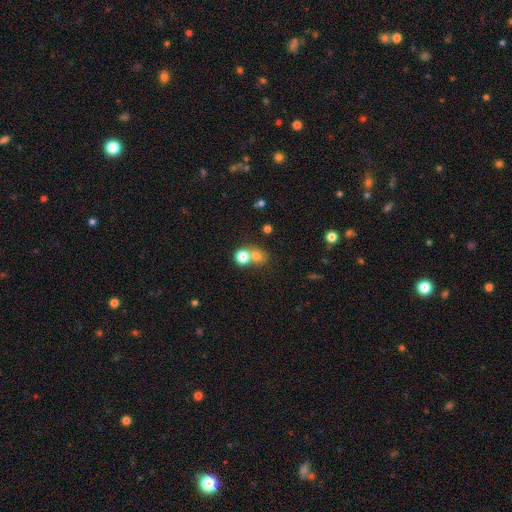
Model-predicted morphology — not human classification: Smooth or featured: smooth — 74% (star or artifact — 14%)
How rounded: round — 76% (in between — 23%)
Merging: merger — 49% (none — 40%)